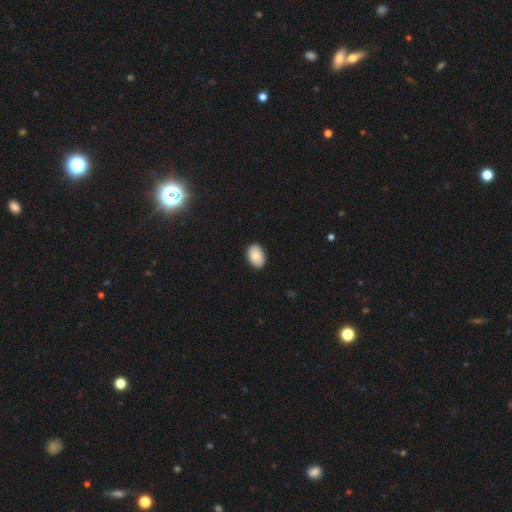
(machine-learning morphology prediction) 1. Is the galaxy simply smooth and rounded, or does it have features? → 82% smooth, 12% featured or disk, 7% star or artifact.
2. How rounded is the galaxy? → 87% in between, 12% round, 1% cigar-shaped.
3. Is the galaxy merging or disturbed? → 87% none, 10% minor disturbance, 2% major disturbance, 1% merger.